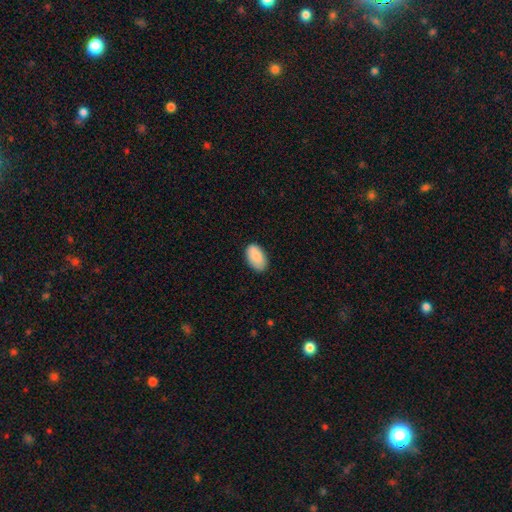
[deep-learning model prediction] Q: Smooth or featured?
A: smooth (88%); runner-up: star or artifact (6%)
Q: How rounded?
A: in between (94%); runner-up: round (4%)
Q: Merging?
A: none (83%); runner-up: minor disturbance (13%)